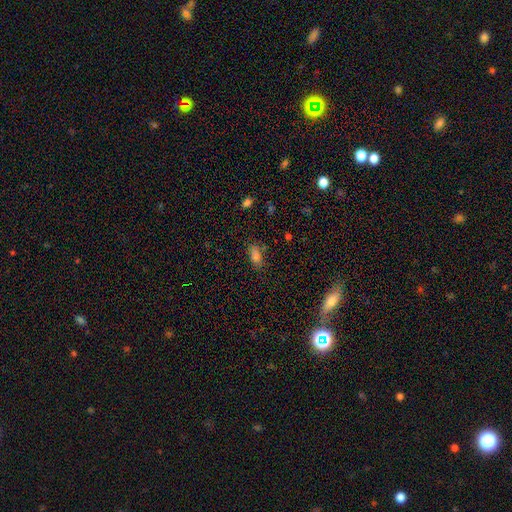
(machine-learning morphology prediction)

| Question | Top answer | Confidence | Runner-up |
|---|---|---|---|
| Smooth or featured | smooth | 76% | star or artifact (15%) |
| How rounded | in between | 82% | cigar-shaped (13%) |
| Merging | none | 77% | minor disturbance (15%) |